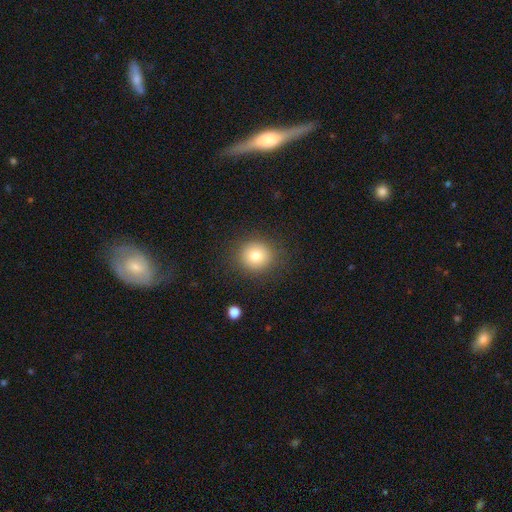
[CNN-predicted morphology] type=smooth (80%); roundness=round (86%); merging=none (87%).